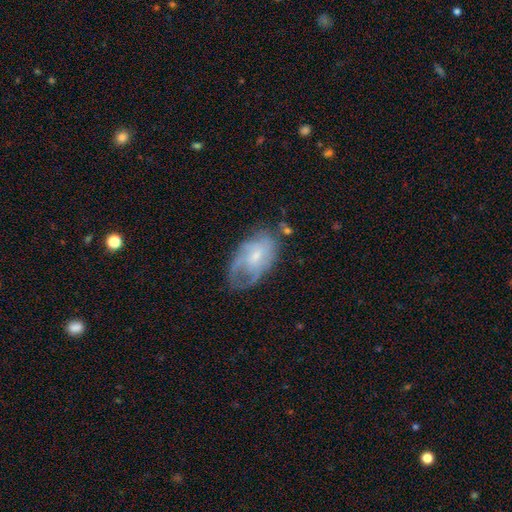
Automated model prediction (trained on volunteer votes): Smooth or featured? Predicted: featured or disk (p=0.59). Edge-on disk? Predicted: no (p=0.95). Bar? Predicted: no (p=0.61). Spiral arms? Predicted: yes (p=0.68). Bulge size? Predicted: small (p=0.53). Merging? Predicted: none (p=0.47).